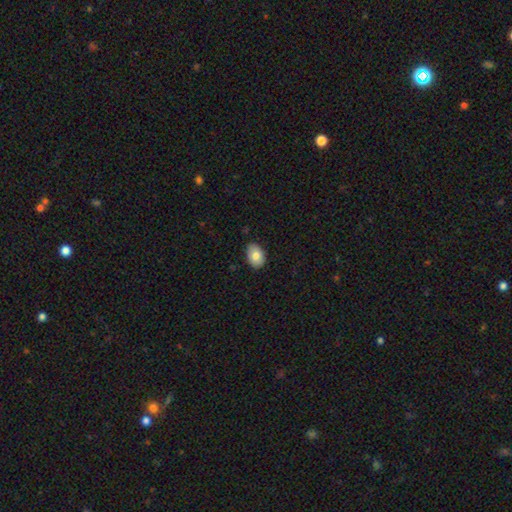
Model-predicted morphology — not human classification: smooth-or-featured: smooth: 79% | featured or disk: 14% | star or artifact: 7%
  how-rounded: in between: 85% | round: 14% | cigar-shaped: 1%
  merging: none: 84% | minor disturbance: 13% | major disturbance: 2% | merger: 1%